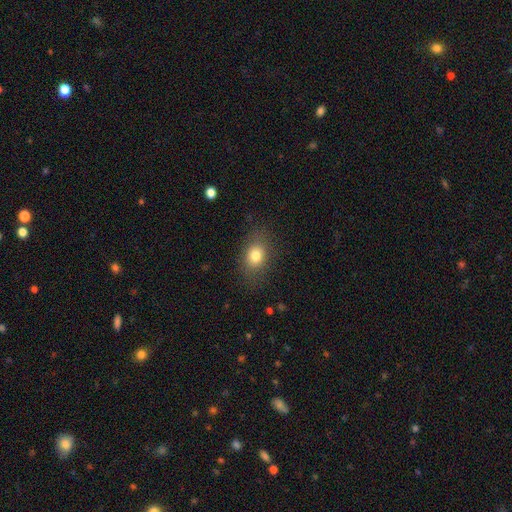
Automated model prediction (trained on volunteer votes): The model was most divided on "how rounded": in between: 67%, round: 32%, cigar-shaped: 2%. More confident: merging — none (81%); smooth or featured — smooth (79%).